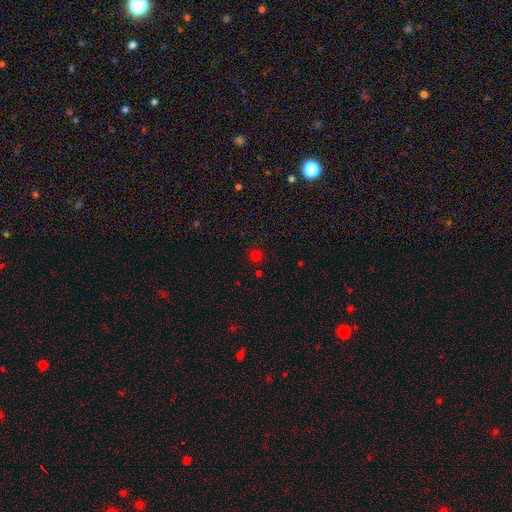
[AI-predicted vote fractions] Smooth or featured?
  - smooth: 72% *
  - star or artifact: 23%
  - featured or disk: 5%
How rounded?
  - round: 93% *
  - in between: 6%
  - cigar-shaped: 1%
Merging?
  - none: 88% *
  - minor disturbance: 7%
  - merger: 3%
  - major disturbance: 2%